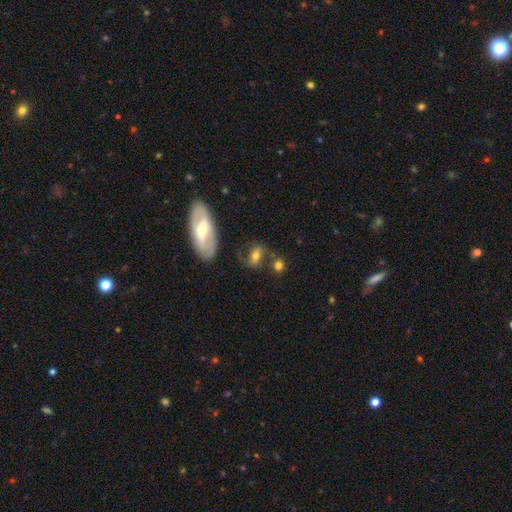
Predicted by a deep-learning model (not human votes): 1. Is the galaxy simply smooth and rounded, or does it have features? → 52% smooth, 38% featured or disk, 10% star or artifact.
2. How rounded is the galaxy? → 67% in between, 27% round, 6% cigar-shaped.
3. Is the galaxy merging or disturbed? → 62% none, 19% minor disturbance, 9% major disturbance, 9% merger.